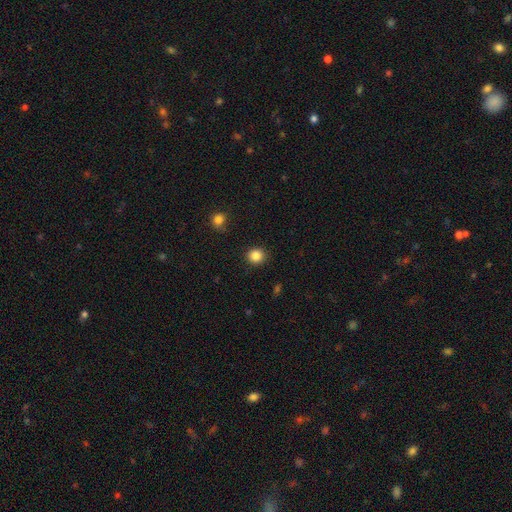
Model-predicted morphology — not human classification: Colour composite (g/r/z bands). It shows a smooth galaxy with no disk features (85%) that is round (88%). Merging: none (90%).